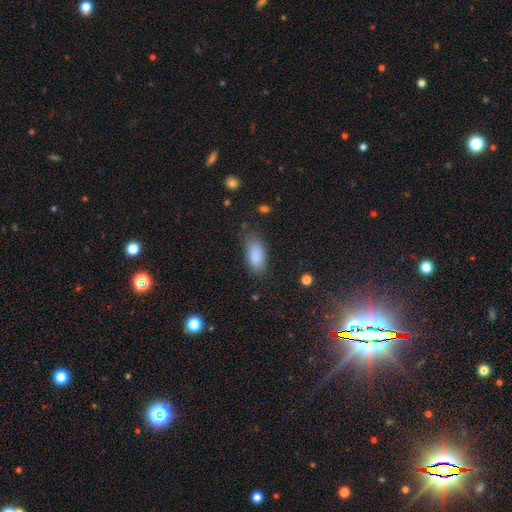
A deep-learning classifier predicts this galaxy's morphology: A smooth galaxy with no disk features (87%) that is in between round and cigar-shaped (89%). Merging: none (72%).